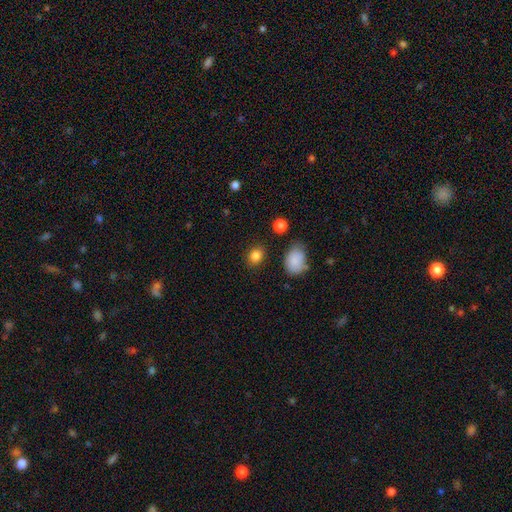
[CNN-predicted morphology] Smooth or featured? smooth (85%)
How rounded? round (53%)
Merging? none (84%)